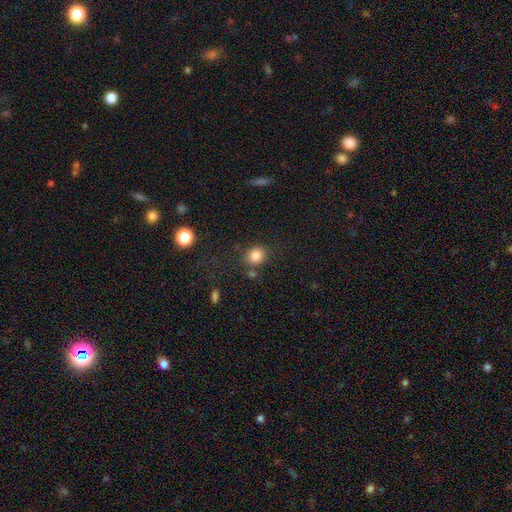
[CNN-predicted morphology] Q: Smooth or featured?
A: smooth (84%); runner-up: star or artifact (11%)
Q: How rounded?
A: round (79%); runner-up: in between (20%)
Q: Merging?
A: none (76%); runner-up: minor disturbance (12%)